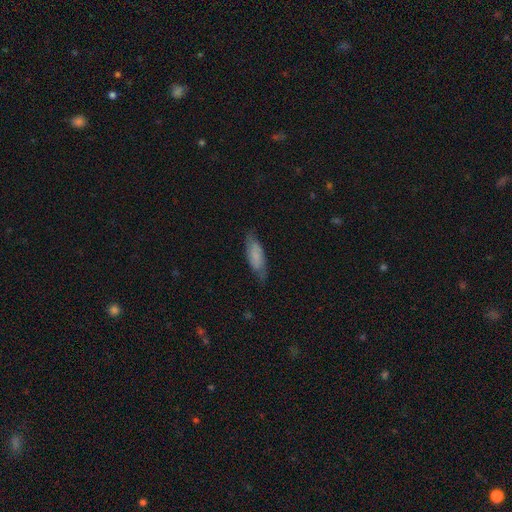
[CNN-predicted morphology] Smooth or featured? smooth (64%)
How rounded? in between (61%)
Merging? none (71%)